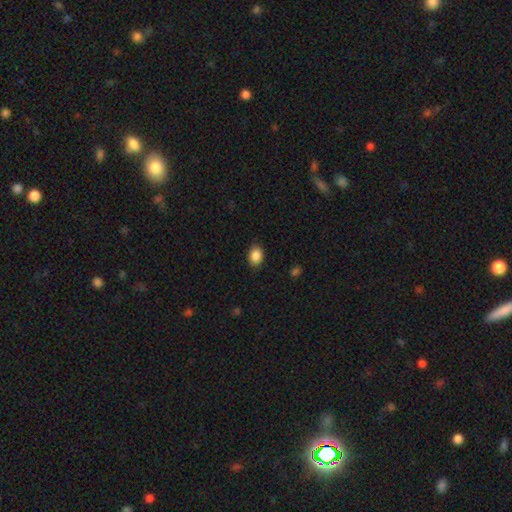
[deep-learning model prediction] A smooth galaxy with no disk features (88%) that is in between round and cigar-shaped (71%). Merging: none (86%).